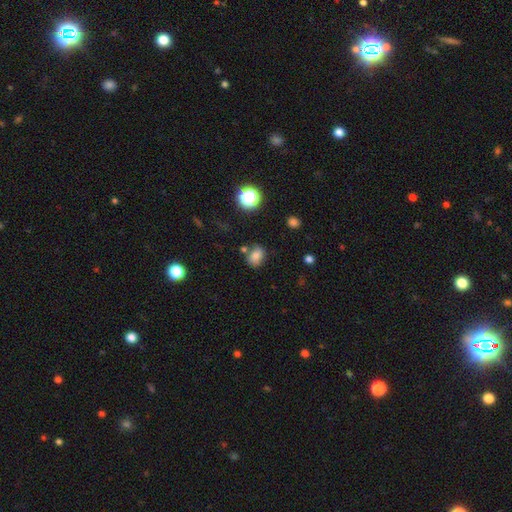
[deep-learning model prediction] Smooth or featured? Predicted: smooth (p=0.74). How rounded? Predicted: in between (p=0.60). Merging? Predicted: none (p=0.68).